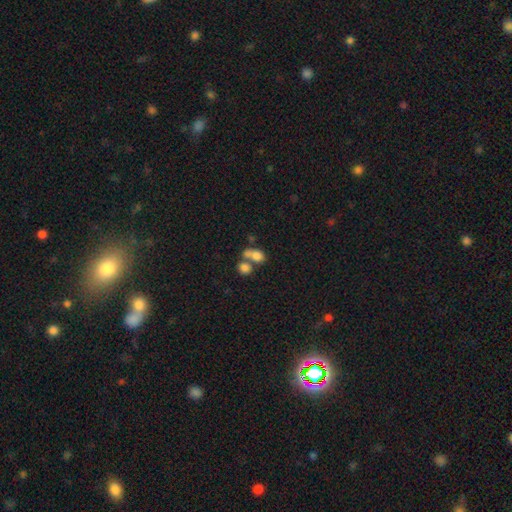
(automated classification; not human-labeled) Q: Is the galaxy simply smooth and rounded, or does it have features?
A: smooth — 76%.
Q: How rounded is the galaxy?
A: in between — 54%.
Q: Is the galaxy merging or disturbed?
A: merger — 57%.